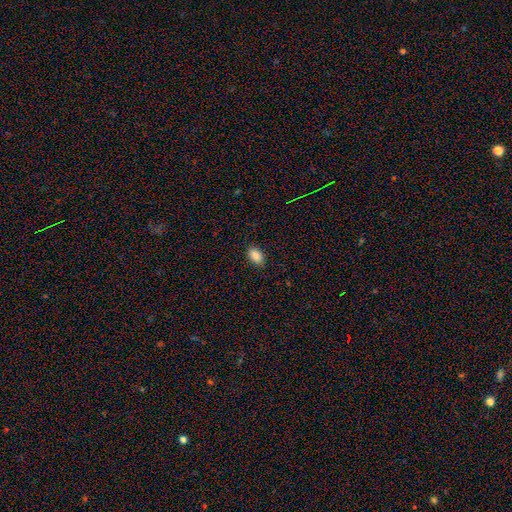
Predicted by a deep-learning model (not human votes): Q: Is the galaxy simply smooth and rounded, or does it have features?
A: smooth — 88%.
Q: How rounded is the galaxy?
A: in between — 90%.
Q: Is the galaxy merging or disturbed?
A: none — 87%.